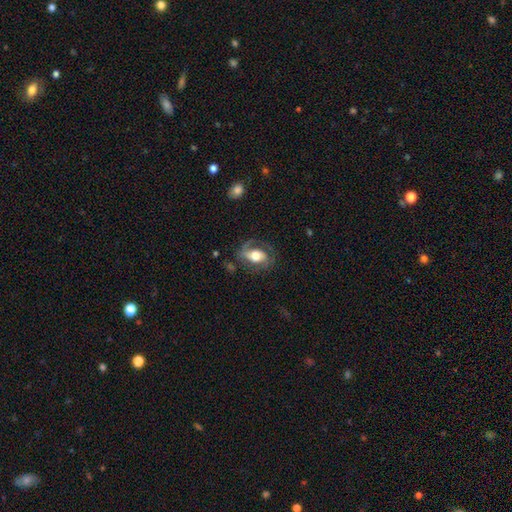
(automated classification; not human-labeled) A featured or disk galaxy (69%) with no bar (46%), 2 (75%) medium (46%) spiral arms (85%) and a moderate central bulge (52%). Merging: none (60%).